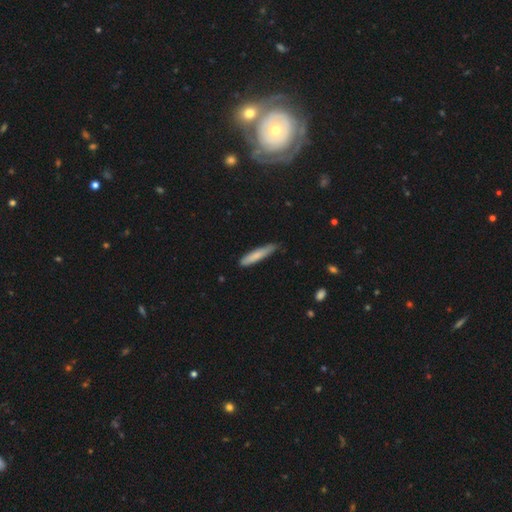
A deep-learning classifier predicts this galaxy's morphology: Smooth or featured?
  - smooth: 79% *
  - featured or disk: 16%
  - star or artifact: 6%
How rounded?
  - cigar-shaped: 89% *
  - in between: 10%
  - round: 1%
Merging?
  - none: 76% *
  - minor disturbance: 20%
  - major disturbance: 3%
  - merger: 1%